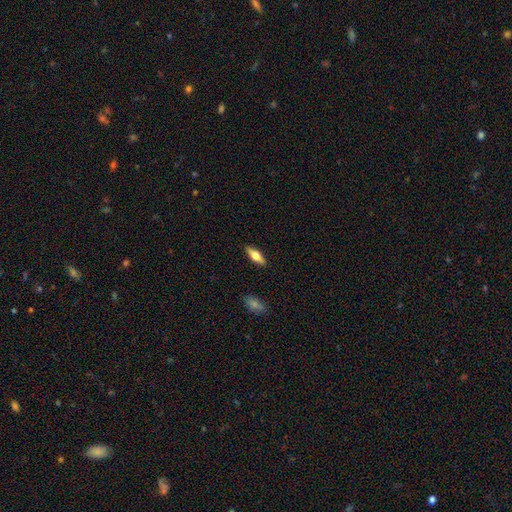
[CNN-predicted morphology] smooth_or_featured: smooth (p=0.54) [alt: featured or disk p=0.40]
how_rounded: in between (p=0.60) [alt: cigar-shaped p=0.37]
merging: none (p=0.89) [alt: minor disturbance p=0.08]